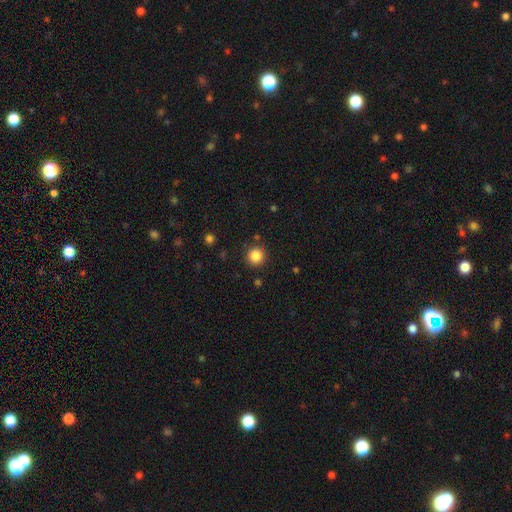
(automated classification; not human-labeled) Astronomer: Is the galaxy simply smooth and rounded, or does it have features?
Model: smooth — 84%.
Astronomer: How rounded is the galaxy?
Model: round — 94%.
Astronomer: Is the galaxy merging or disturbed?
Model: none — 88%.